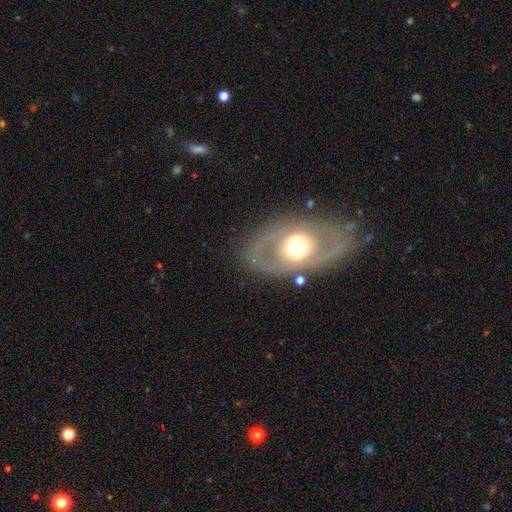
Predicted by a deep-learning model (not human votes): Smooth or featured? featured or disk (68%)
Edge-on disk? no (91%)
Bar? no (82%)
Spiral arms? no (64%)
Bulge size? moderate (56%)
Merging? none (78%)